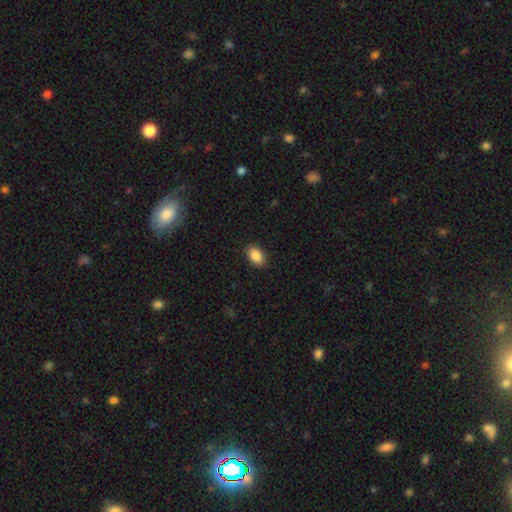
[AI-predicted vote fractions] Smooth or featured: smooth — 89% (star or artifact — 7%)
How rounded: in between — 89% (round — 10%)
Merging: none — 89% (minor disturbance — 8%)